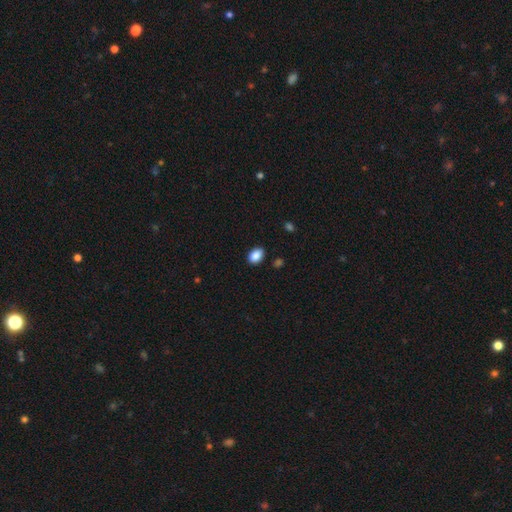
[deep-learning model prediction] smooth-or-featured: smooth: 88% | star or artifact: 8% | featured or disk: 4%
  how-rounded: in between: 82% | round: 17% | cigar-shaped: 1%
  merging: none: 87% | minor disturbance: 10% | major disturbance: 2% | merger: 1%